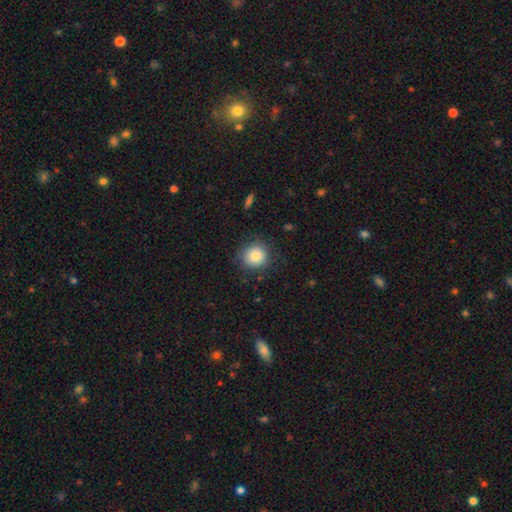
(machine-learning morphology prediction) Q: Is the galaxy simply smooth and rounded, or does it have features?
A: smooth — 84%.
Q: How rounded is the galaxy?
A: round — 91%.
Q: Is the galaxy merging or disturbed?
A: none — 83%.